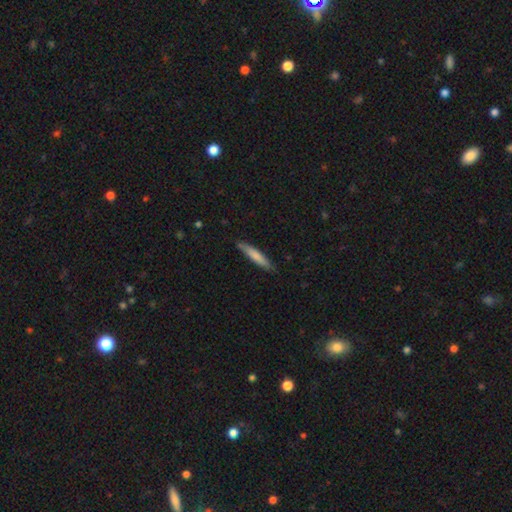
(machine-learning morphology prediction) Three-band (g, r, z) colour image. It shows a smooth galaxy with no disk features (76%) that is cigar-shaped (90%). Merging: none (82%).